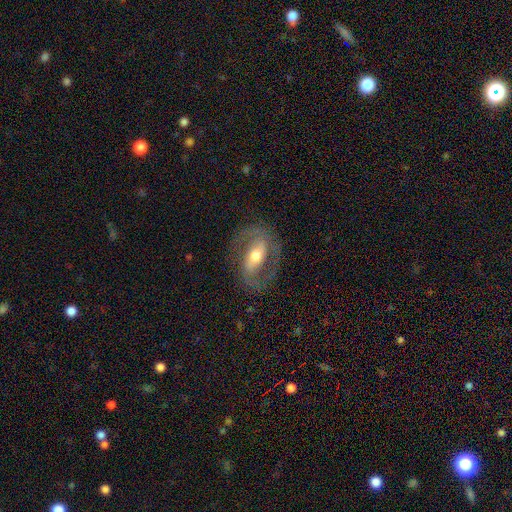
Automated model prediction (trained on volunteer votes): Smooth or featured?
  - featured or disk: 81% *
  - smooth: 14%
  - star or artifact: 6%
Edge-on disk?
  - no: 93% *
  - yes: 7%
Bar?
  - strong: 47% *
  - weak: 34%
  - no: 19%
Spiral arms?
  - yes: 84% *
  - no: 16%
Spiral winding?
  - medium: 52% *
  - loose: 24%
  - tight: 24%
Spiral arm count?
  - 2: 89% *
  - can't tell: 5%
  - 1: 3%
  - 3: 1%
  - 4: 1%
  - more than 4: 1%
Bulge size?
  - moderate: 69% *
  - small: 18%
  - large: 11%
  - dominant: 1%
  - none: 1%
Merging?
  - none: 78% *
  - minor disturbance: 13%
  - major disturbance: 8%
  - merger: 1%